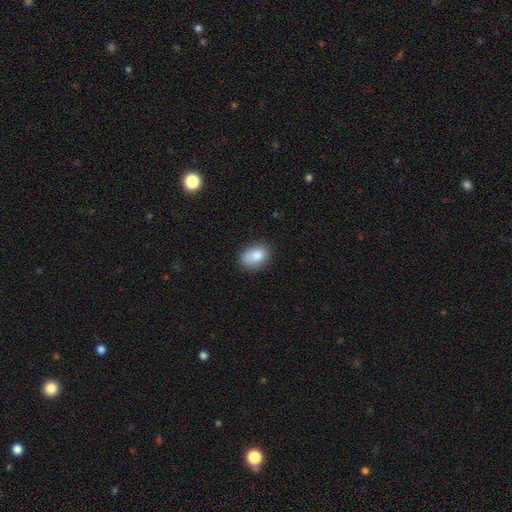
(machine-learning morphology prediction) smooth_or_featured: smooth (p=0.85) [alt: star or artifact p=0.08]
how_rounded: in between (p=0.78) [alt: round p=0.20]
merging: none (p=0.73) [alt: minor disturbance p=0.21]